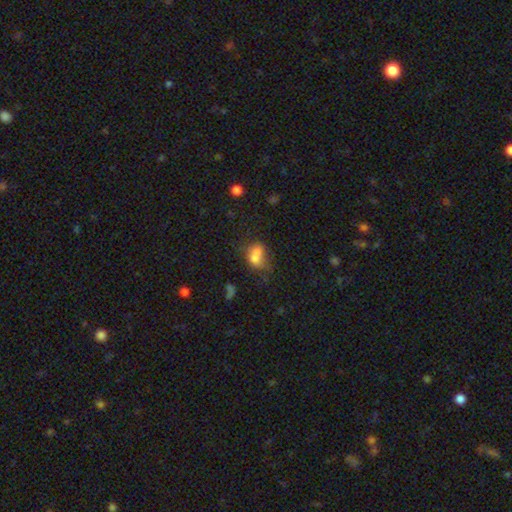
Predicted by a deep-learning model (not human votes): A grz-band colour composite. It shows a smooth galaxy with no disk features (69%) that is in between round and cigar-shaped (67%). Merging: merger (40%).